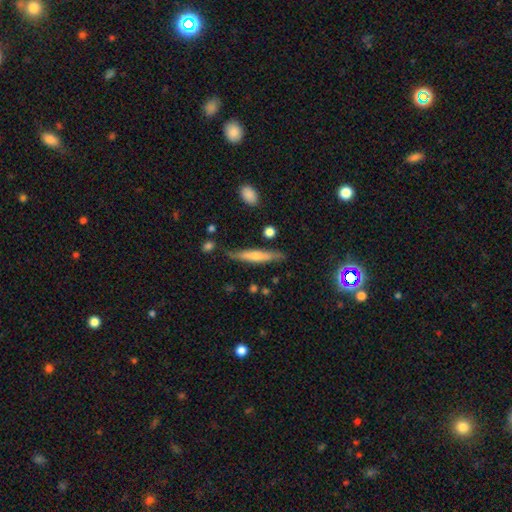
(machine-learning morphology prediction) Smooth or featured?
  - featured or disk: 57% *
  - smooth: 34%
  - star or artifact: 10%
Edge-on disk?
  - yes: 92% *
  - no: 8%
Edge-on bulge?
  - rounded: 73% *
  - none: 21%
  - boxy: 7%
Merging?
  - none: 83% *
  - minor disturbance: 12%
  - merger: 3%
  - major disturbance: 2%